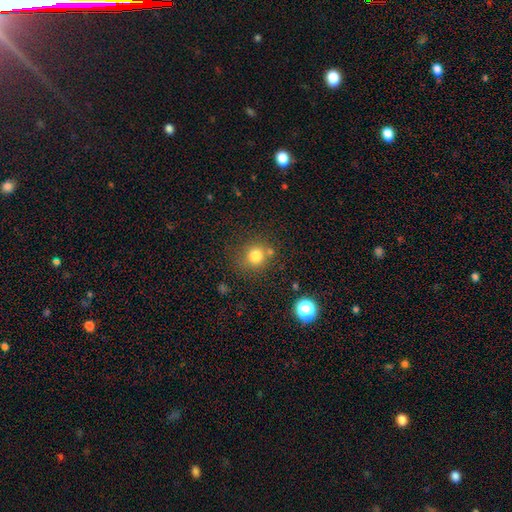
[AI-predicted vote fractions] Morphology: type=smooth (79%); roundness=round (89%); merging=none (72%).